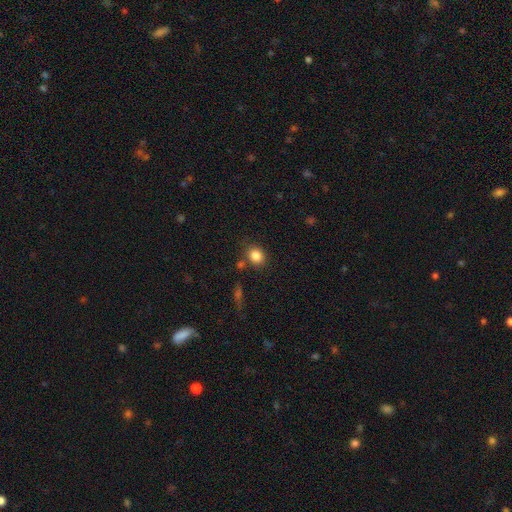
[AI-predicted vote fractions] Q: Smooth or featured?
A: smooth (85%); runner-up: star or artifact (10%)
Q: How rounded?
A: round (61%); runner-up: in between (38%)
Q: Merging?
A: none (75%); runner-up: minor disturbance (12%)